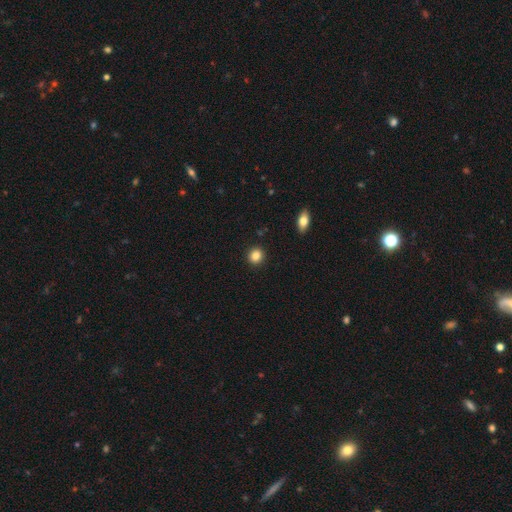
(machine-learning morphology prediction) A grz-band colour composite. It shows a smooth galaxy with no disk features (86%) that is round (85%). Merging: none (92%).